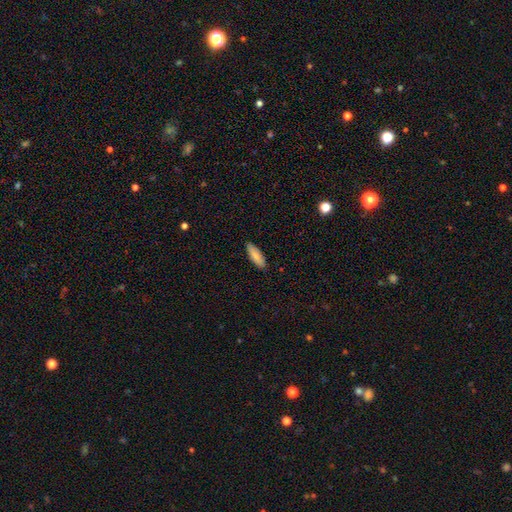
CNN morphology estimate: This appears to be a smooth galaxy with no disk features (80%) that is in between round and cigar-shaped (59%). Merging: none (88%).